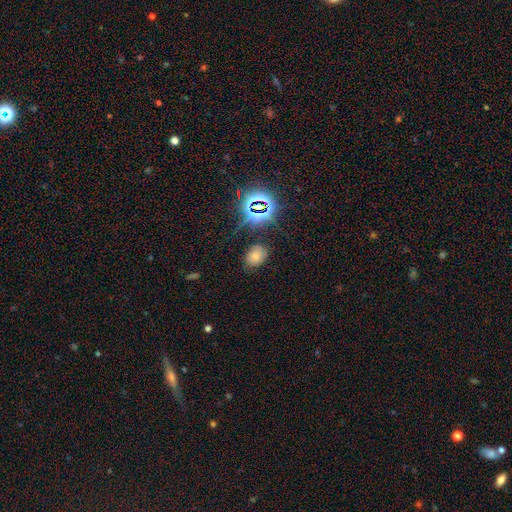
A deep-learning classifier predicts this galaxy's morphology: The model was most divided on "how rounded": in between: 65%, round: 34%, cigar-shaped: 1%. More confident: merging — none (76%); smooth or featured — smooth (62%).